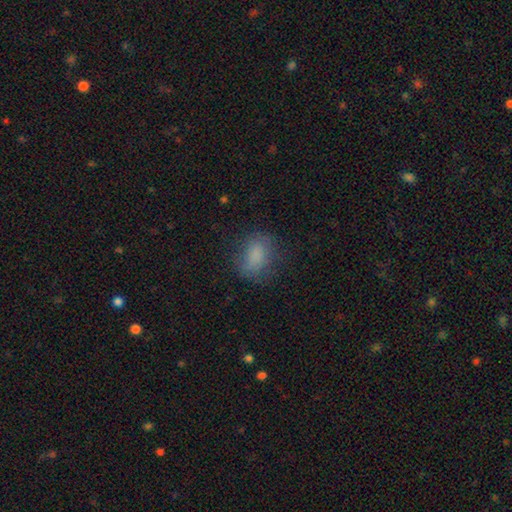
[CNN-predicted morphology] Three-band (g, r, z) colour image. It shows a smooth galaxy with no disk features (79%) that is in between round and cigar-shaped (76%). Merging: none (67%).